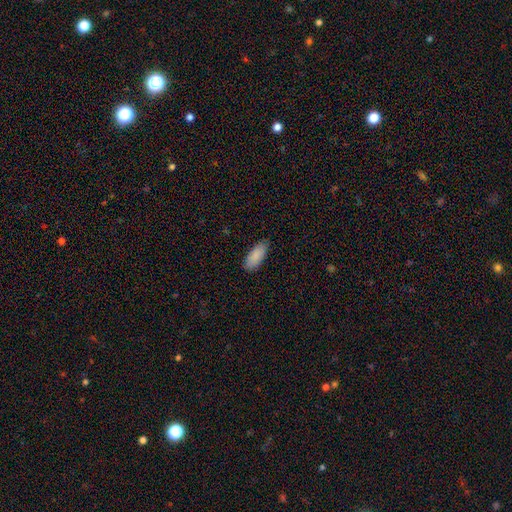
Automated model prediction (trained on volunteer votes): smooth-or-featured: smooth: 89% | star or artifact: 6% | featured or disk: 5%
  how-rounded: in between: 80% | cigar-shaped: 18% | round: 2%
  merging: none: 83% | minor disturbance: 14% | major disturbance: 2% | merger: 1%